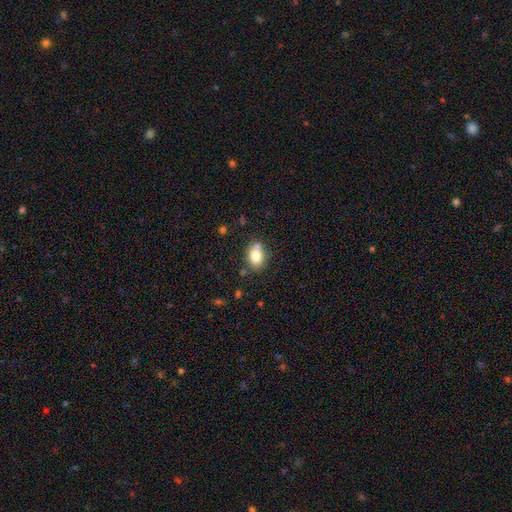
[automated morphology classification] Q: Smooth or featured?
A: smooth (78%); runner-up: featured or disk (13%)
Q: How rounded?
A: in between (67%); runner-up: round (32%)
Q: Merging?
A: none (67%); runner-up: minor disturbance (15%)